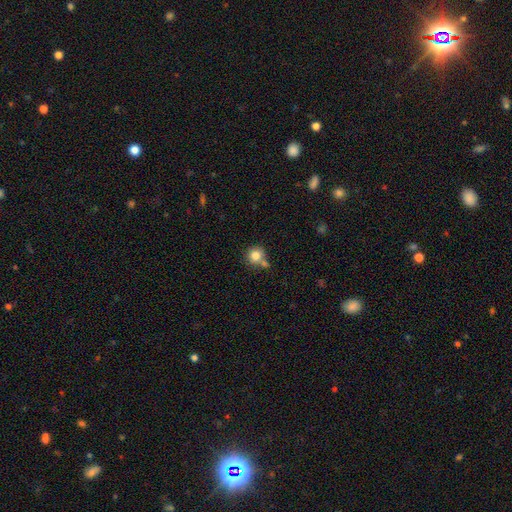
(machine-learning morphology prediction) smooth 81%, star or artifact 10%, featured or disk 9%. Down the decision tree: how rounded — round (91%); merging — none (60%).